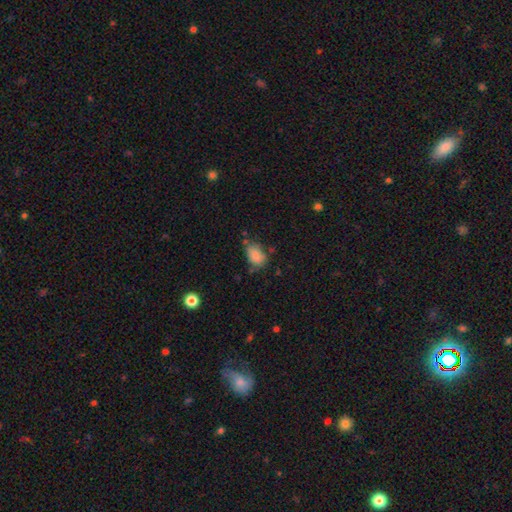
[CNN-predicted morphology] A smooth galaxy with no disk features (83%) that is in between round and cigar-shaped (81%). Merging: none (54%).